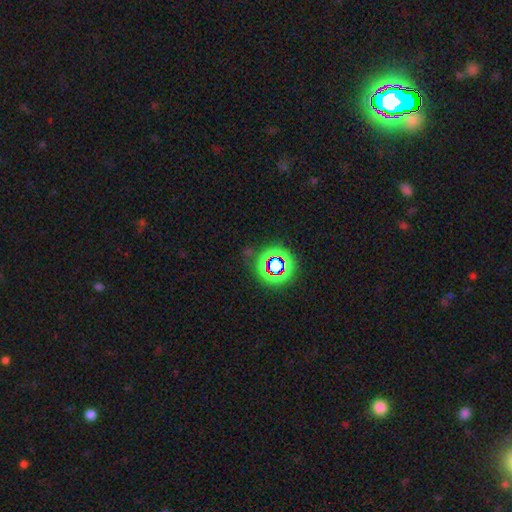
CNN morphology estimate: star or artifact 57%, smooth 27%, featured or disk 16%.